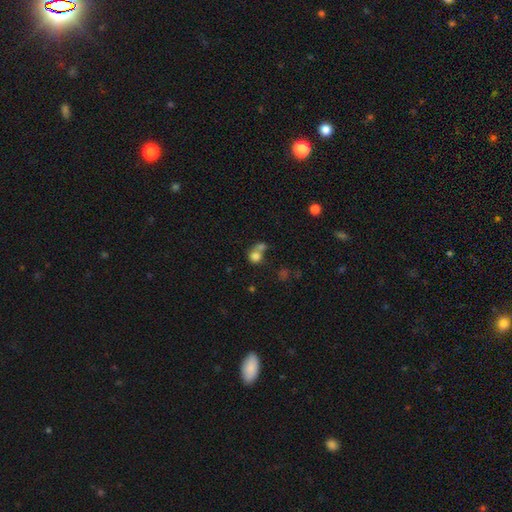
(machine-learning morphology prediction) smooth_or_featured: smooth (p=0.78) [alt: star or artifact p=0.12]
how_rounded: round (p=0.79) [alt: in between p=0.20]
merging: merger (p=0.52) [alt: none p=0.35]